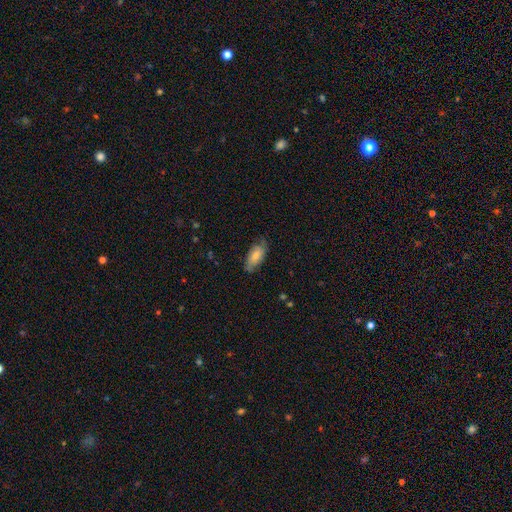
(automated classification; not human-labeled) smooth_or_featured: smooth (p=0.69) [alt: featured or disk p=0.25]
how_rounded: in between (p=0.86) [alt: cigar-shaped p=0.12]
merging: none (p=0.69) [alt: minor disturbance p=0.24]